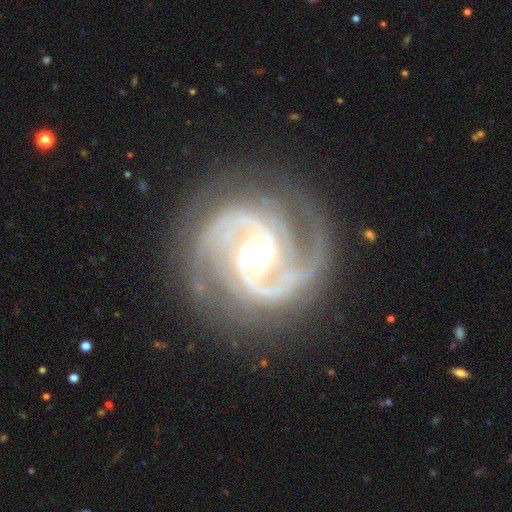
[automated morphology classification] Q: Smooth or featured?
A: featured or disk (93%); runner-up: star or artifact (4%)
Q: Edge-on disk?
A: no (98%); runner-up: yes (2%)
Q: Bar?
A: weak (44%); runner-up: no (33%)
Q: Spiral arms?
A: yes (99%); runner-up: no (1%)
Q: Spiral winding?
A: medium (48%); runner-up: tight (45%)
Q: Spiral arm count?
A: 2 (66%); runner-up: 3 (18%)
Q: Bulge size?
A: moderate (64%); runner-up: small (26%)
Q: Merging?
A: none (78%); runner-up: minor disturbance (14%)